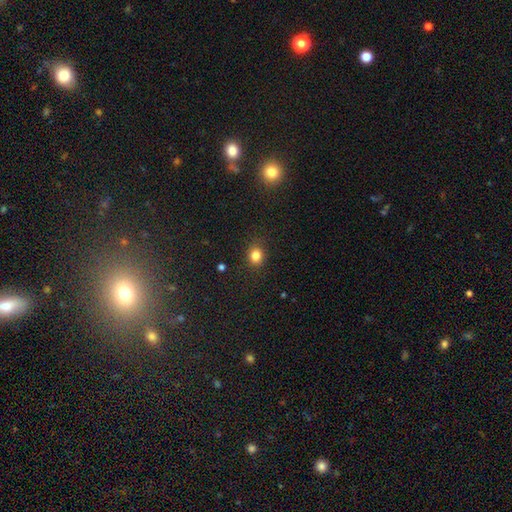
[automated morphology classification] smooth-or-featured: smooth: 83% | star or artifact: 12% | featured or disk: 5%
  how-rounded: round: 67% | in between: 32% | cigar-shaped: 1%
  merging: none: 86% | minor disturbance: 10% | major disturbance: 3% | merger: 1%